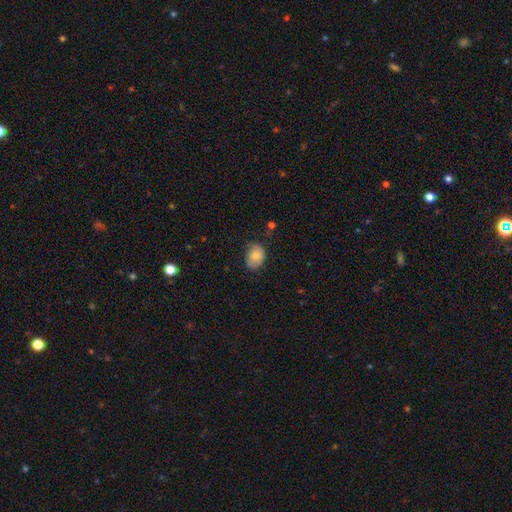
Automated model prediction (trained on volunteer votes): Morphology: type=smooth (82%); roundness=in between (67%); merging=none (59%).